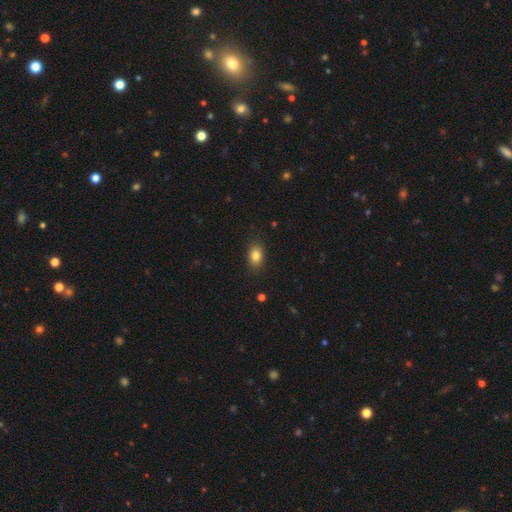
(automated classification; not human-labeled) Overall: smooth (82%). How rounded: in between (76%). Merging: none (86%).